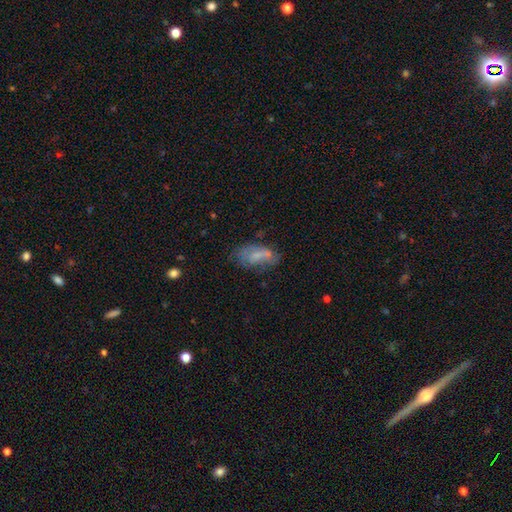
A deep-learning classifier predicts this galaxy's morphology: smooth_or_featured: smooth (p=0.56) [alt: featured or disk p=0.34]
how_rounded: in between (p=0.85) [alt: cigar-shaped p=0.11]
merging: none (p=0.47) [alt: minor disturbance p=0.28]